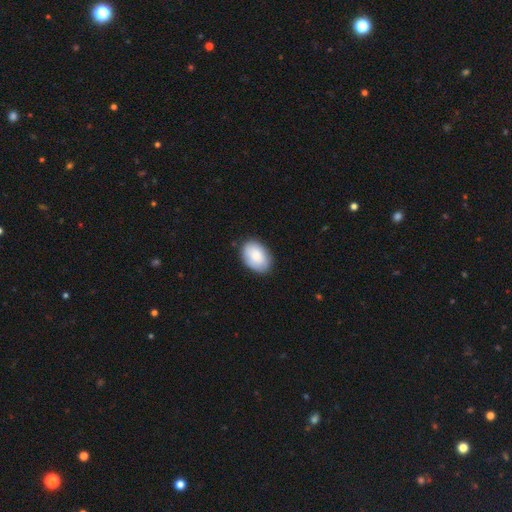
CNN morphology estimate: This is clearly a smooth galaxy (86%). How rounded: clearly in between (86%). Merging: clearly none (82%).